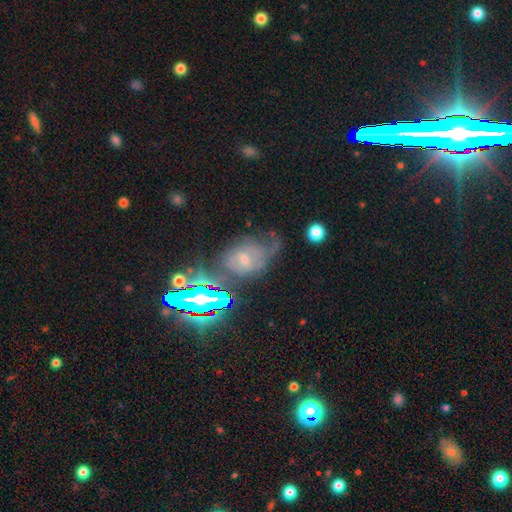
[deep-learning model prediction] This is possibly a featured or disk galaxy (49%). Merging: marginally none (44%).